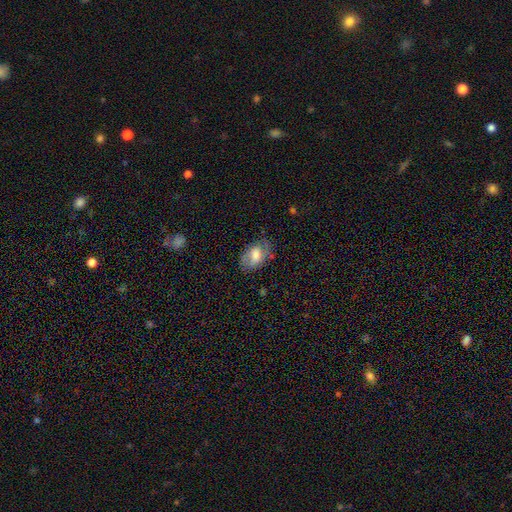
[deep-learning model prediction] Q: Smooth or featured?
A: smooth (60%); runner-up: featured or disk (32%)
Q: How rounded?
A: in between (88%); runner-up: round (11%)
Q: Merging?
A: none (61%); runner-up: minor disturbance (26%)